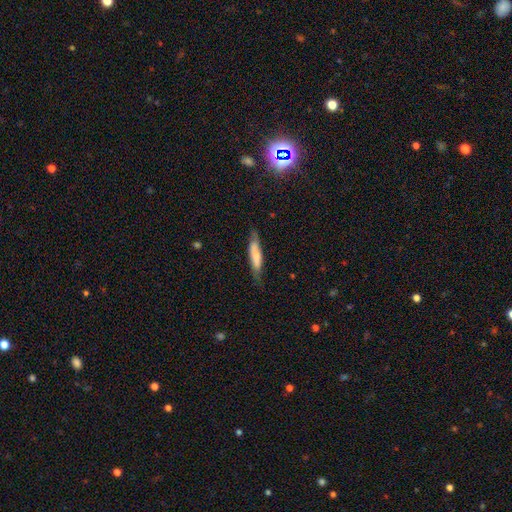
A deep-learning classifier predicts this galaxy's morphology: type=smooth (63%); roundness=cigar-shaped (78%); merging=none (70%).